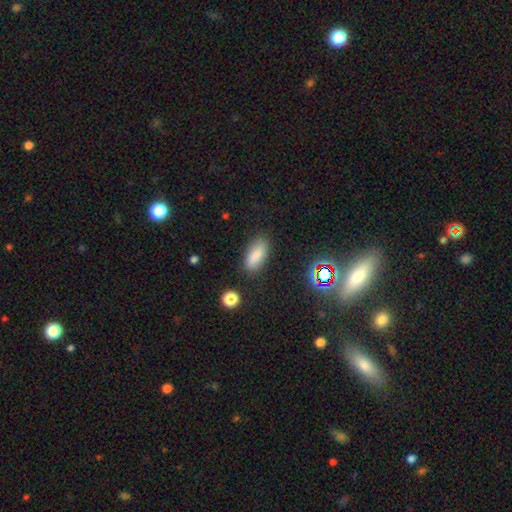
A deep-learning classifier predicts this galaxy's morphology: type=smooth (81%); roundness=in between (82%); merging=none (81%).